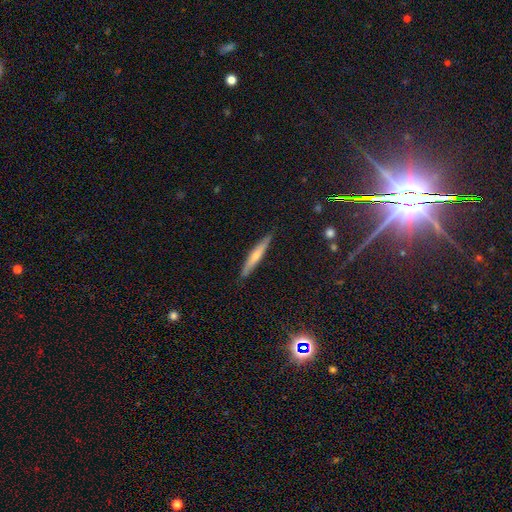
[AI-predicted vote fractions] smooth_or_featured: smooth (p=0.53) [alt: featured or disk p=0.41]
how_rounded: cigar-shaped (p=0.93) [alt: in between p=0.06]
merging: none (p=0.86) [alt: minor disturbance p=0.11]